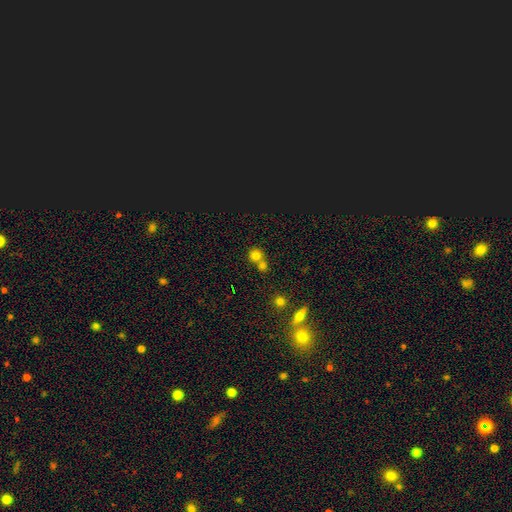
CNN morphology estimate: smooth-or-featured: smooth: 75% | star or artifact: 16% | featured or disk: 9%
  how-rounded: round: 86% | in between: 13% | cigar-shaped: 1%
  merging: none: 48% | merger: 43% | minor disturbance: 6% | major disturbance: 2%